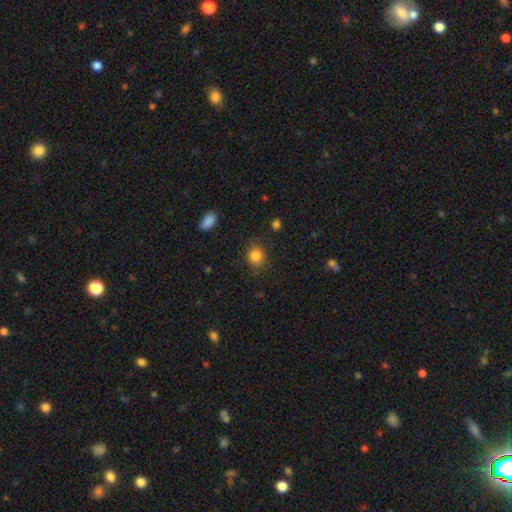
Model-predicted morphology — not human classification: This is clearly a smooth galaxy (85%). How rounded: likely round (69%). Merging: likely none (79%).